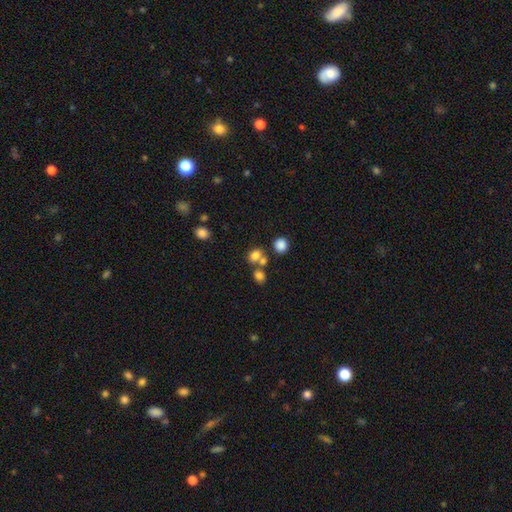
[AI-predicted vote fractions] The model was most divided on "how rounded": round: 54%, in between: 44%, cigar-shaped: 1%. Remaining: smooth or featured — smooth (76%); merging — none (50%).